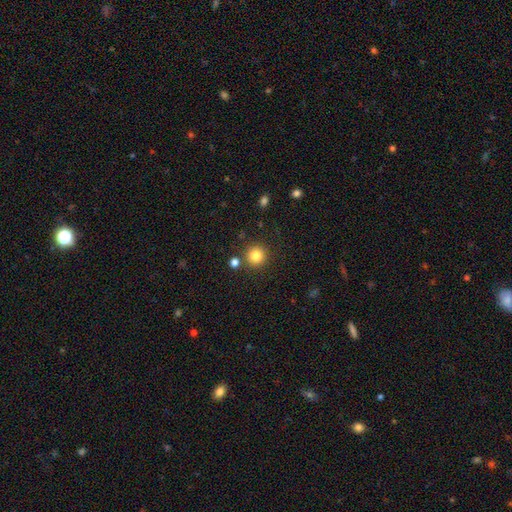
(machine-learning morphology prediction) type=smooth (82%); roundness=round (94%); merging=none (85%).